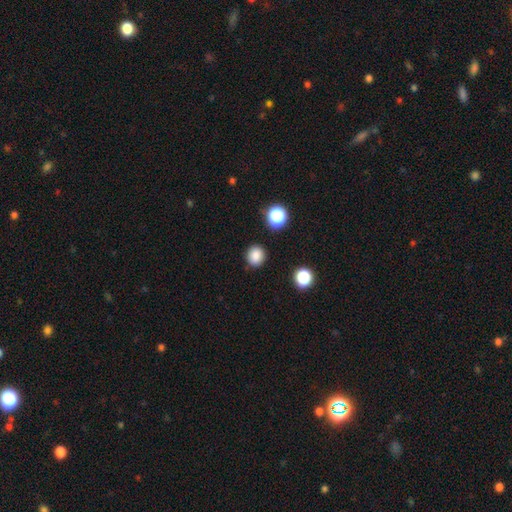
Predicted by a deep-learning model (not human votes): Smooth or featured? smooth (85%)
How rounded? round (78%)
Merging? none (88%)